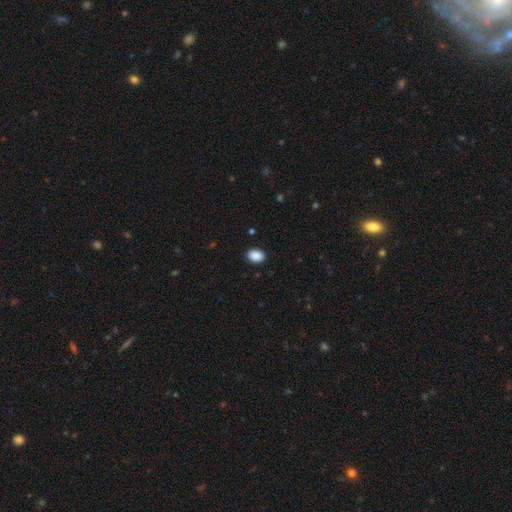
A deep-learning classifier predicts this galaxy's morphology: A smooth galaxy with no disk features (90%) that is in between round and cigar-shaped (75%). Merging: none (90%).